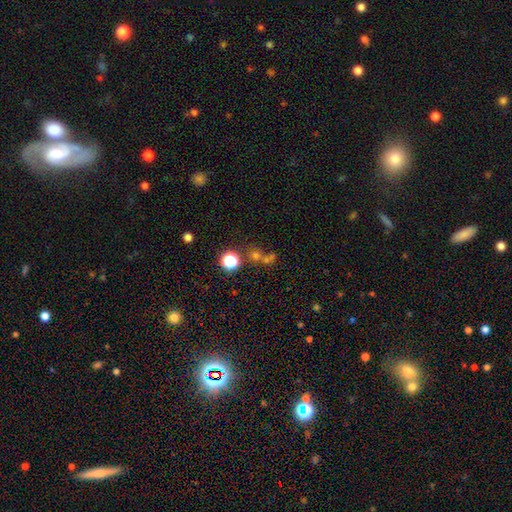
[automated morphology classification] Smooth or featured? Predicted: smooth (p=0.47). Merging? Predicted: none (p=0.51).